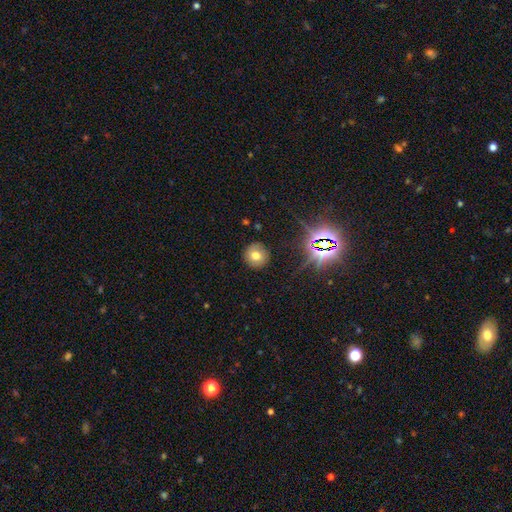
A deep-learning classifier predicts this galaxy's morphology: The model was most divided on "smooth or featured": smooth: 68%, star or artifact: 19%, featured or disk: 13%. More confident: how rounded — round (93%); merging — none (88%).